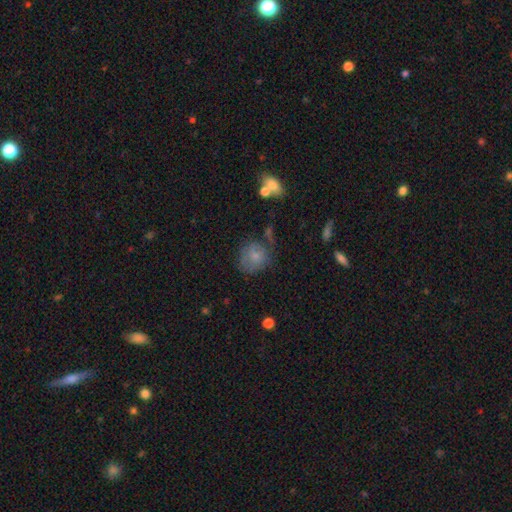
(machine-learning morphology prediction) Smooth or featured? smooth (71%)
How rounded? round (73%)
Merging? none (54%)